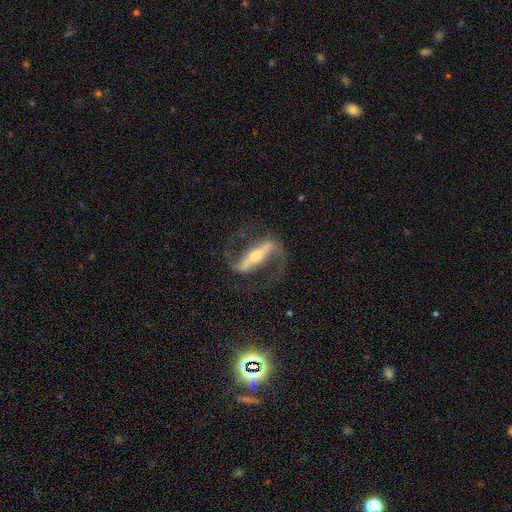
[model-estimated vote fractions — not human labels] The model was most divided on "bulge size": small: 49%, moderate: 42%, large: 5%, none: 2%, dominant: 2%. More confident: spiral arms — yes (95%); spiral arm count — 2 (93%); smooth or featured — featured or disk (90%); edge-on disk — no (86%); bar — strong (81%); merging — none (77%); spiral winding — medium (50%).